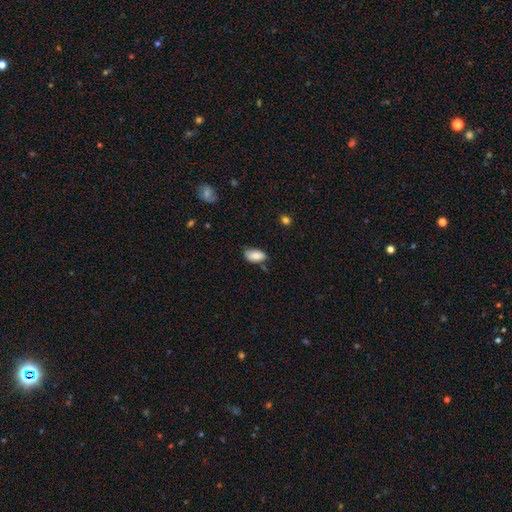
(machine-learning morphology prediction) This appears to be a smooth galaxy with no disk features (81%) that is in between round and cigar-shaped (93%). Merging: none (63%).